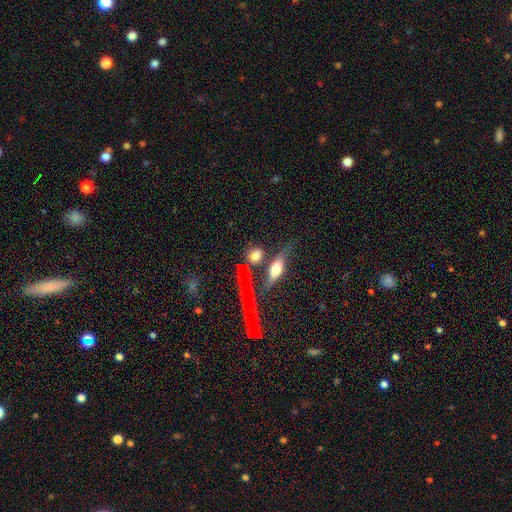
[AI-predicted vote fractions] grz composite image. It shows a smooth galaxy with no disk features (71%) that is round (43%). Merging: none (60%).